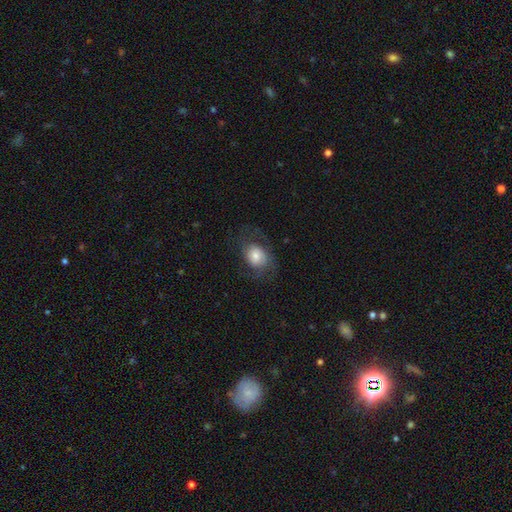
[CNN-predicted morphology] Smooth or featured: smooth — 54% (featured or disk — 38%)
How rounded: in between — 54% (round — 45%)
Merging: none — 58% (minor disturbance — 21%)